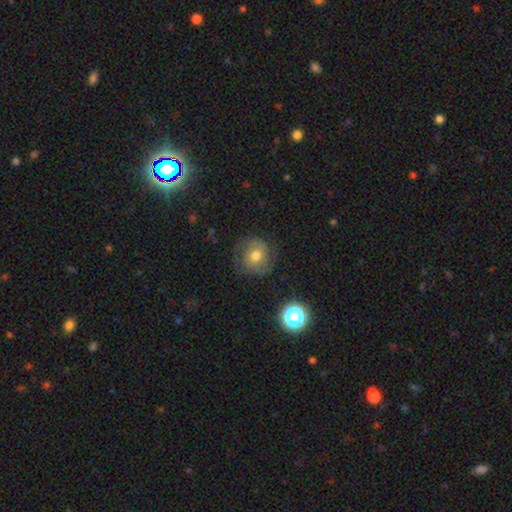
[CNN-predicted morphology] This is possibly a featured or disk galaxy (59%). It is clearly not viewed edge-on (97%). Bar: likely no (76%). Spiral arm pattern: clearly yes (86%). Central bulge: likely moderate (74%). Merging: likely none (71%).